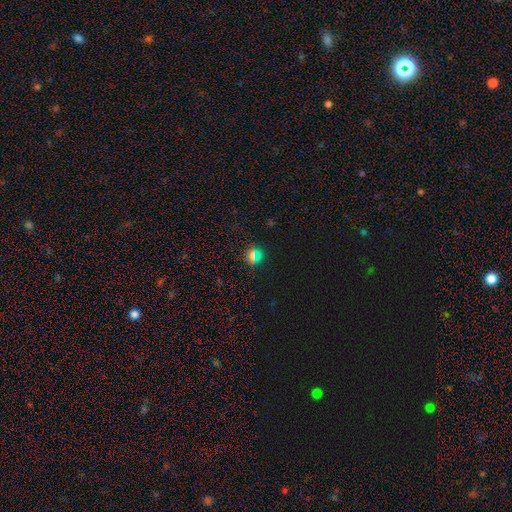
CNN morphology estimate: Smooth or featured? Predicted: smooth (p=0.54). How rounded? Predicted: round (p=0.84). Merging? Predicted: none (p=0.87).